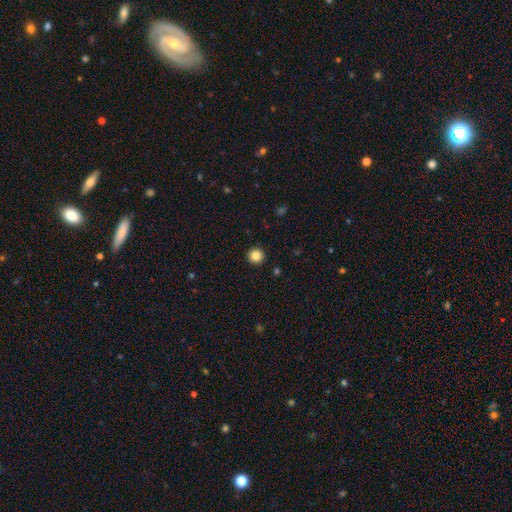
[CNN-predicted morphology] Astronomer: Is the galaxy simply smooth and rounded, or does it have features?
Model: smooth — 84%.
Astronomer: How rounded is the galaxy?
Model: round — 95%.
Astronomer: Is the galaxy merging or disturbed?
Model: none — 93%.